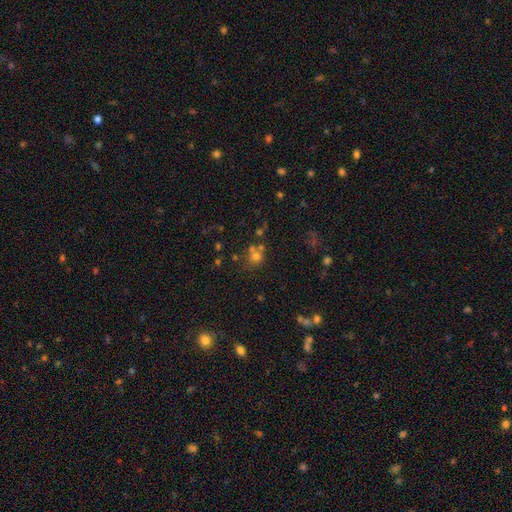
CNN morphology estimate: Q: Smooth or featured?
A: smooth (61%); runner-up: star or artifact (27%)
Q: How rounded?
A: round (85%); runner-up: in between (14%)
Q: Merging?
A: none (57%); runner-up: merger (30%)